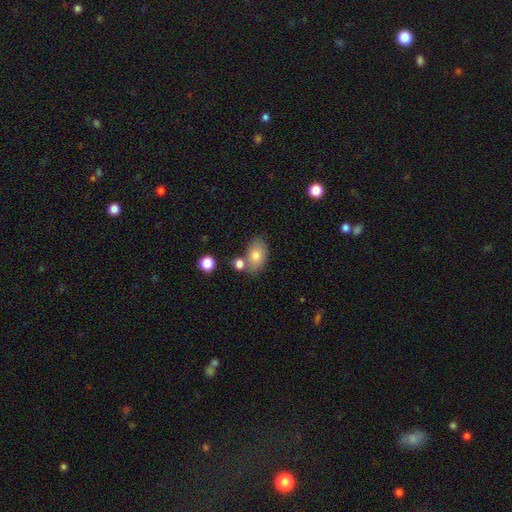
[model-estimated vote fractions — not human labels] Smooth or featured? Predicted: smooth (p=0.78). How rounded? Predicted: in between (p=0.86). Merging? Predicted: none (p=0.66).